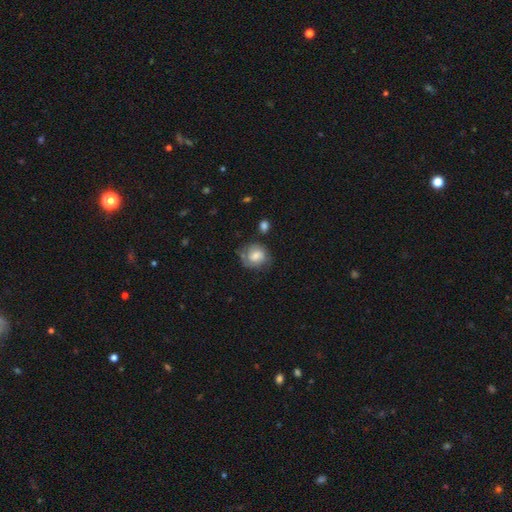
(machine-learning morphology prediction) Smooth or featured? smooth (55%)
How rounded? round (74%)
Merging? none (59%)